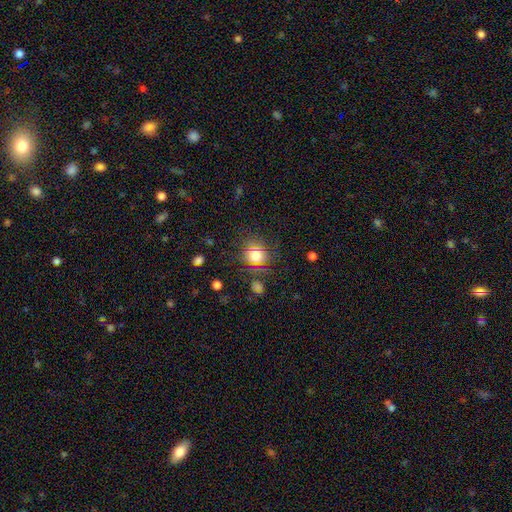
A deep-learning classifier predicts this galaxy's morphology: The model was most divided on "merging": none: 72%, minor disturbance: 16%, major disturbance: 7%, merger: 4%. More confident: how rounded — round (79%); smooth or featured — smooth (76%).